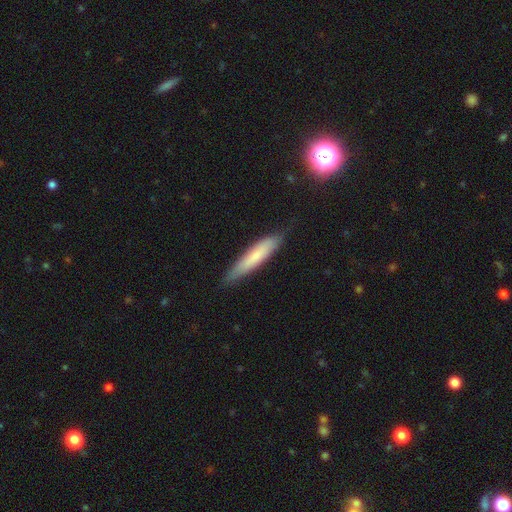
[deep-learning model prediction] A smooth galaxy with no disk features (67%) that is cigar-shaped (85%). Merging: none (79%).